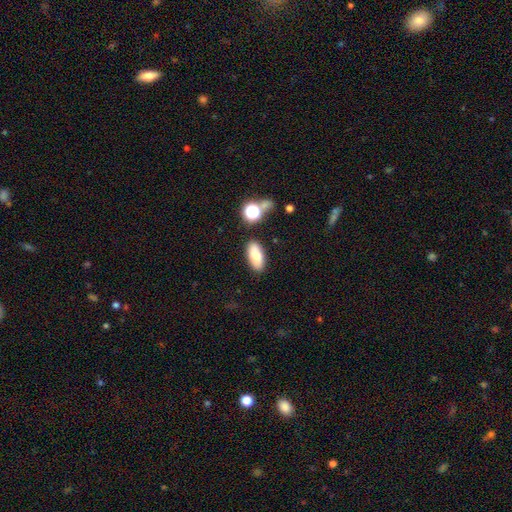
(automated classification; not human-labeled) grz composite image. It shows a smooth galaxy with no disk features (75%) that is in between round and cigar-shaped (87%). Merging: none (84%).